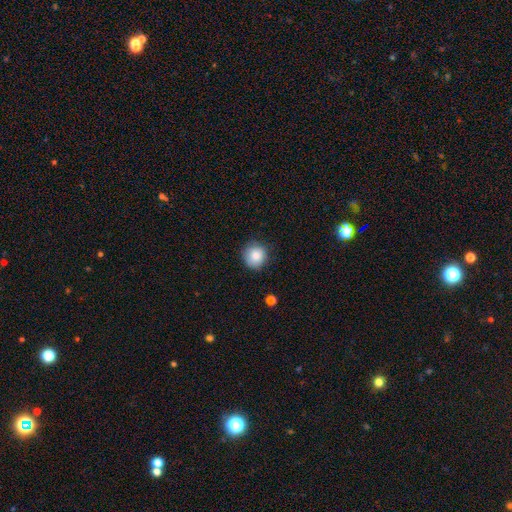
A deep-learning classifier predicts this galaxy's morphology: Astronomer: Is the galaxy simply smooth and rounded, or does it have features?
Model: smooth — 84%.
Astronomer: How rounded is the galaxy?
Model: round — 92%.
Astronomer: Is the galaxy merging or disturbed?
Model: none — 83%.